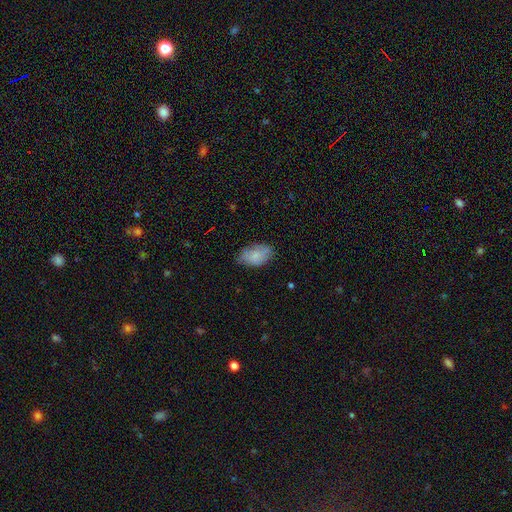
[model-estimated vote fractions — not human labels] Smooth or featured? Predicted: smooth (p=0.79). How rounded? Predicted: in between (p=0.93). Merging? Predicted: none (p=0.66).